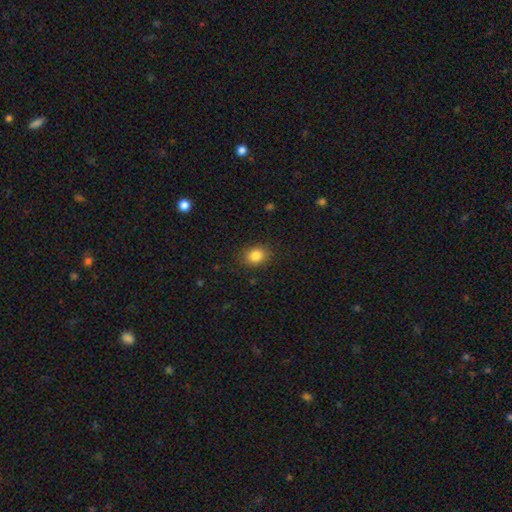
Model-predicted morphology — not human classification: smooth_or_featured: smooth (p=0.84) [alt: star or artifact p=0.10]
how_rounded: round (p=0.55) [alt: in between p=0.44]
merging: none (p=0.88) [alt: minor disturbance p=0.09]